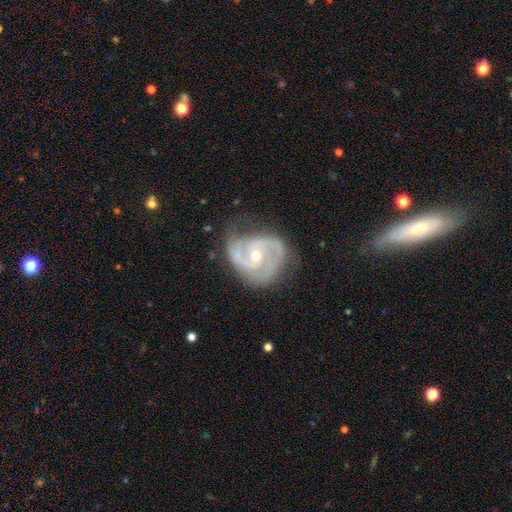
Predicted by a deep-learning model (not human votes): smooth-or-featured: featured or disk: 90% | star or artifact: 5% | smooth: 5%
  disk-edge-on: no: 98% | yes: 2%
    bar: no: 60% | weak: 31% | strong: 9%
    has-spiral-arms: yes: 98% | no: 2%
      spiral-winding: medium: 48% | tight: 42% | loose: 10%
      spiral-arm-count: 2: 67% | 3: 20% | can't tell: 6% | 1: 3% | 4: 2% | more than 4: 2%
    bulge-size: small: 50% | moderate: 47% | large: 1% | none: 1% | dominant: 1%
  merging: none: 62% | minor disturbance: 26% | major disturbance: 11% | merger: 2%